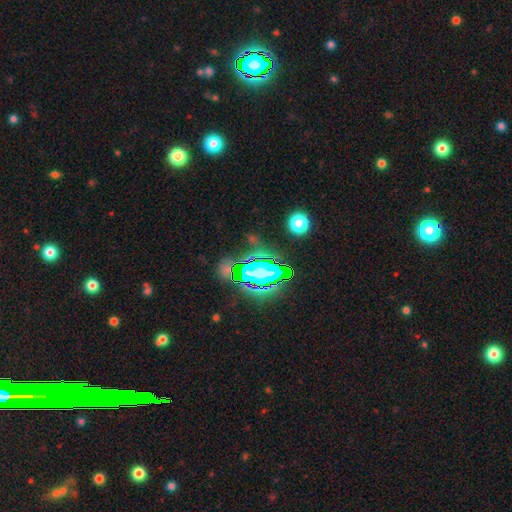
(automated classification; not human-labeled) A star or artifact, not a galaxy (74%).